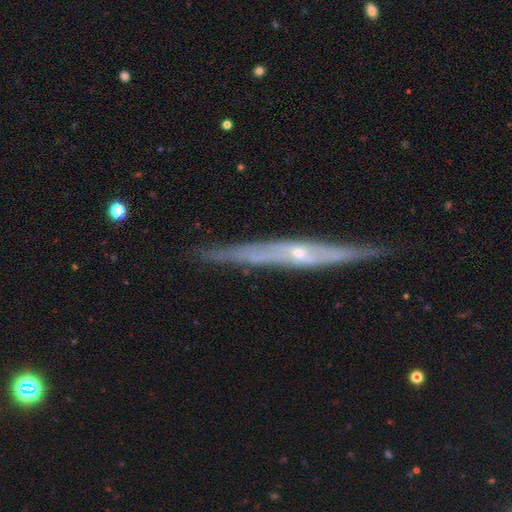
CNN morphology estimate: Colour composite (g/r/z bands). It shows a featured or disk galaxy (81%) viewed edge-on (93%) with a rounded central bulge (60%). Merging: none (86%).